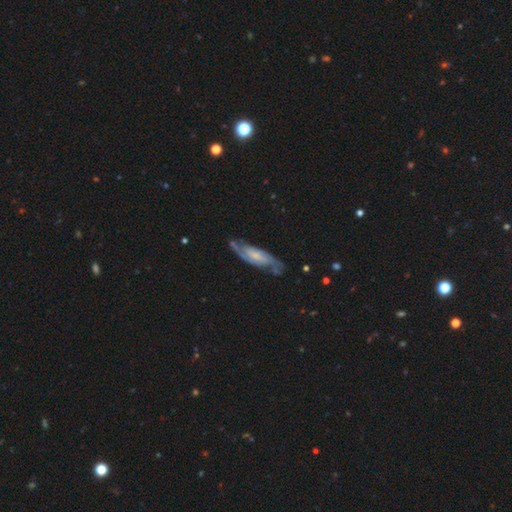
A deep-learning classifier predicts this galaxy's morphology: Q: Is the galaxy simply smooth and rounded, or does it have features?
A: featured or disk — 81%.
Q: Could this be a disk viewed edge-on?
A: no — 87%.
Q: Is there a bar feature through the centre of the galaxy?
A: weak — 43%.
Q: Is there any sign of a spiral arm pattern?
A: yes — 95%.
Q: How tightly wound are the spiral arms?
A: medium — 47%.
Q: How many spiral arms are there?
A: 2 — 82%.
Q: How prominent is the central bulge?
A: small — 52%.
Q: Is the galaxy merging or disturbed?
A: none — 72%.